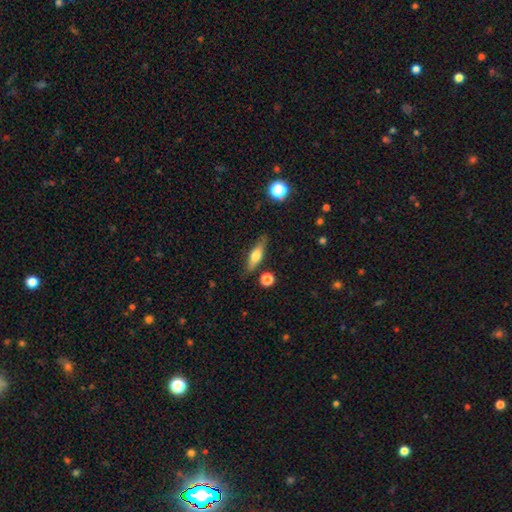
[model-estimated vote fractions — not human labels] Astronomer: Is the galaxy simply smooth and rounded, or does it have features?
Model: smooth — 52% (runner-up: featured or disk, 40%).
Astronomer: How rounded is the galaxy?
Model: cigar-shaped — 54% (runner-up: in between, 41%).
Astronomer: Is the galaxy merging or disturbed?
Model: none — 81%.